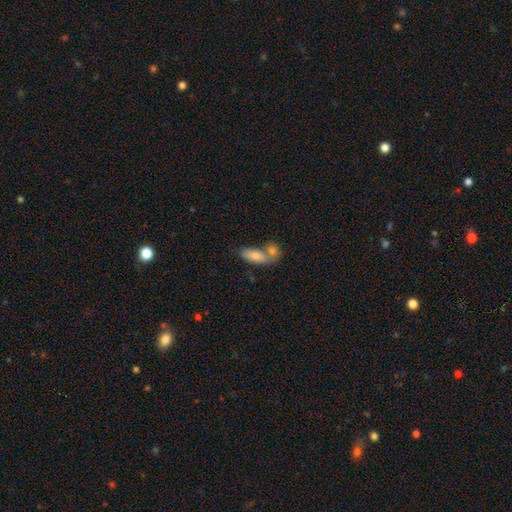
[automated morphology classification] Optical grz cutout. It shows a smooth galaxy with no disk features (79%) that is in between round and cigar-shaped (82%). Merging: merger (54%).